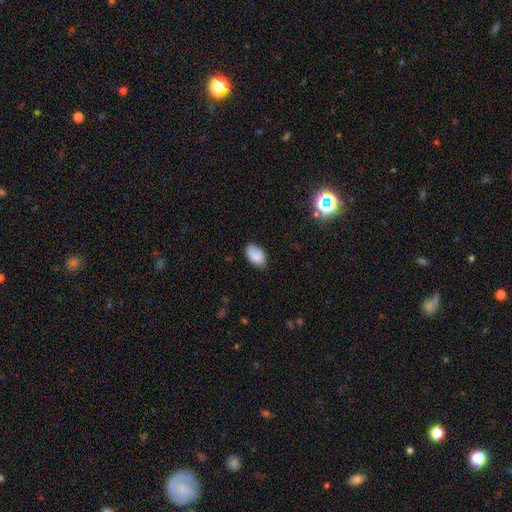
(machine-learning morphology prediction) This is clearly a smooth galaxy (83%). How rounded: clearly in between (91%). Merging: likely none (70%).